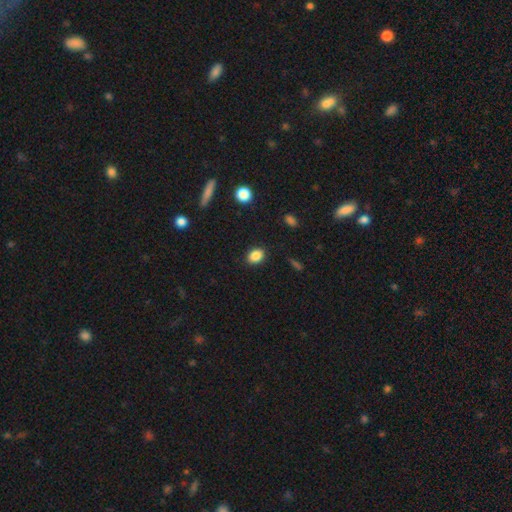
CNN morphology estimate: smooth 86%, star or artifact 10%, featured or disk 4%. Down the decision tree: how rounded — in between (63%); merging — none (88%).